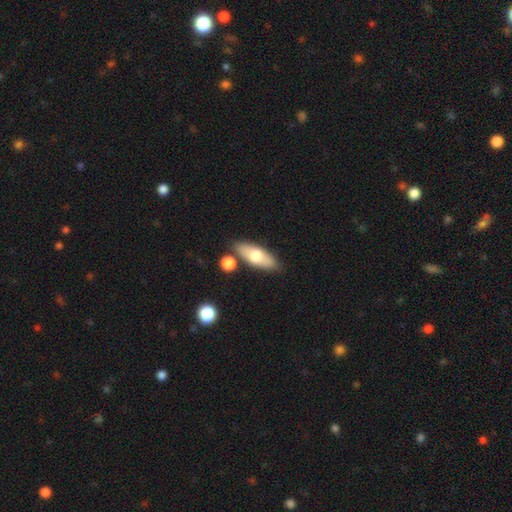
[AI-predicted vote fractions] Q: Smooth or featured?
A: smooth (65%); runner-up: featured or disk (29%)
Q: How rounded?
A: in between (71%); runner-up: cigar-shaped (26%)
Q: Merging?
A: none (77%); runner-up: minor disturbance (11%)